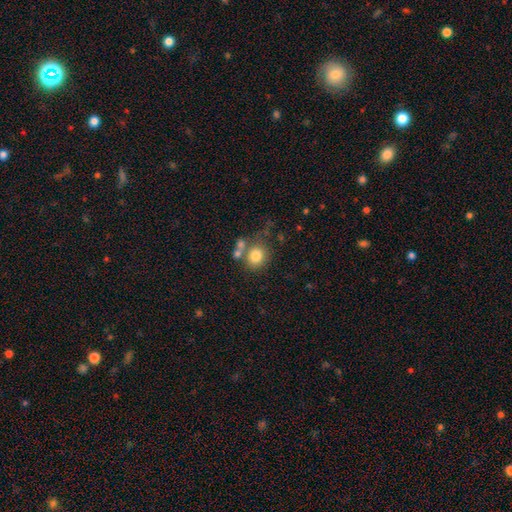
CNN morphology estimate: smooth 80%, featured or disk 10%, star or artifact 10%. Down the decision tree: how rounded — round (74%); merging — none (57%).